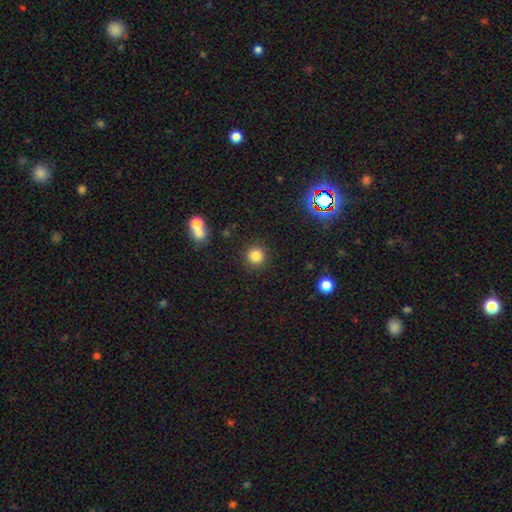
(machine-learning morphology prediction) smooth-or-featured: smooth: 82% | star or artifact: 13% | featured or disk: 5%
  how-rounded: round: 94% | in between: 5% | cigar-shaped: 1%
  merging: none: 89% | minor disturbance: 6% | major disturbance: 2% | merger: 2%